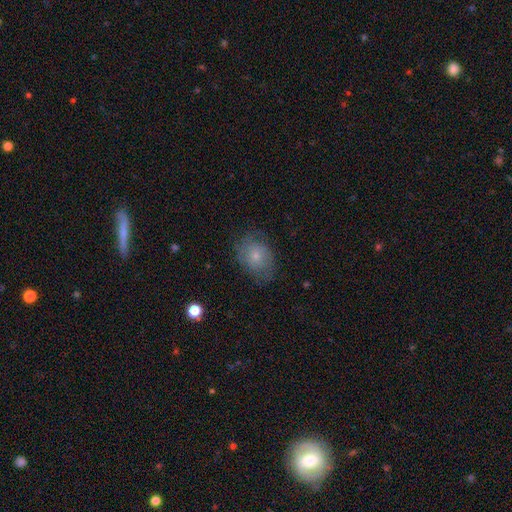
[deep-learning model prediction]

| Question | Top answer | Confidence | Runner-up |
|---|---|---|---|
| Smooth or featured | smooth | 58% | featured or disk (33%) |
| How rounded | in between | 59% | round (39%) |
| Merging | none | 66% | minor disturbance (22%) |